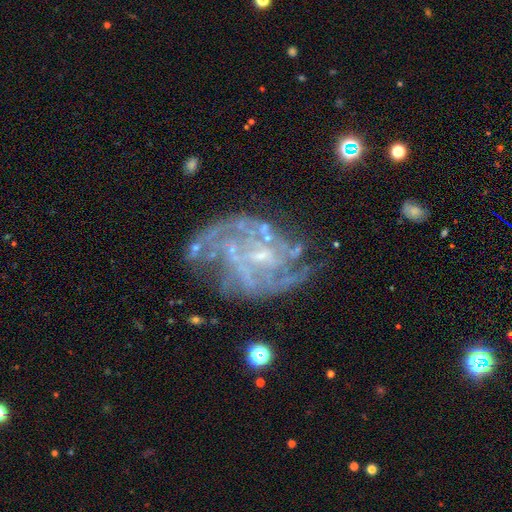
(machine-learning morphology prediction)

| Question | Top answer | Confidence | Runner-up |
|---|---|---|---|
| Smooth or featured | featured or disk | 84% | star or artifact (9%) |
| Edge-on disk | no | 98% | yes (2%) |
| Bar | no | 47% | weak (41%) |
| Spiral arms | yes | 85% | no (15%) |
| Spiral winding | medium | 42% | tight (40%) |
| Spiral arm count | can't tell | 35% | 2 (24%) |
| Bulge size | small | 60% | none (23%) |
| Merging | none | 55% | minor disturbance (21%) |